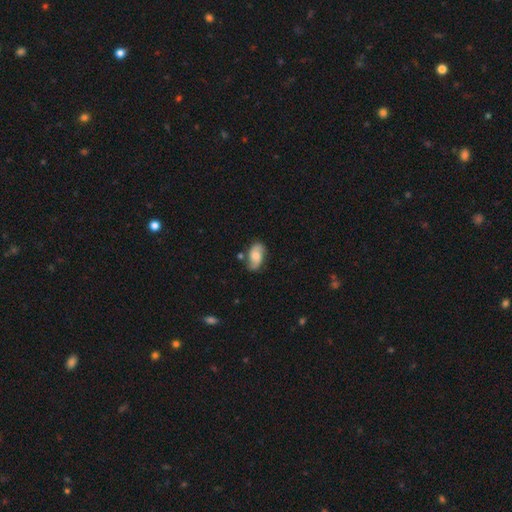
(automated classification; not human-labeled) Smooth or featured: featured or disk — 52% (smooth — 41%)
Edge-on disk: no — 95% (yes — 5%)
Merging: none — 70% (minor disturbance — 20%)